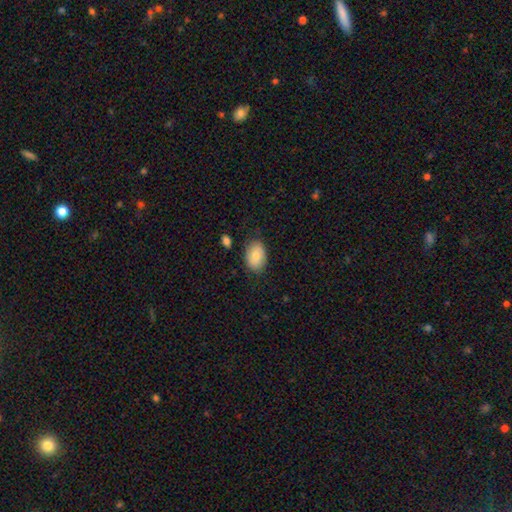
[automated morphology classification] This is likely a smooth galaxy (78%). How rounded: clearly in between (83%). Merging: clearly none (81%).